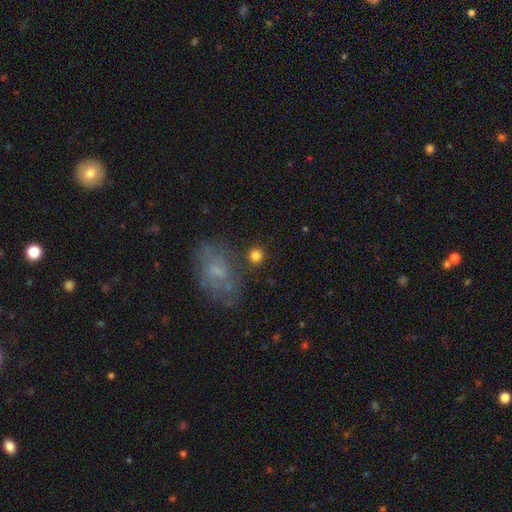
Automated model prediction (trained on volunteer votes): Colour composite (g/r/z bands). It shows a smooth galaxy with no disk features (82%) that is round (89%). Merging: none (79%).